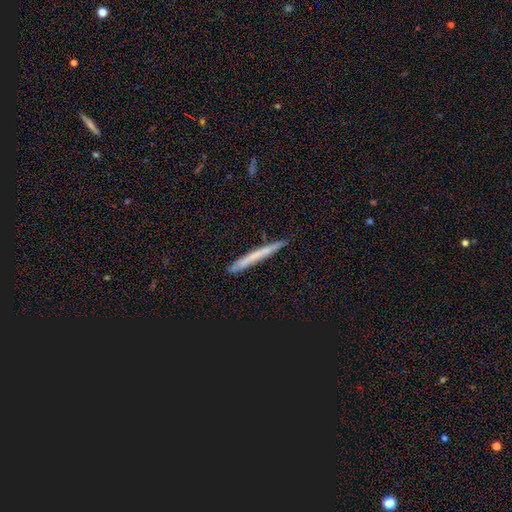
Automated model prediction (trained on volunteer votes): The model was most divided on "smooth or featured": smooth: 55%, featured or disk: 35%, star or artifact: 10%. More confident: how rounded — cigar-shaped (97%); merging — none (88%).